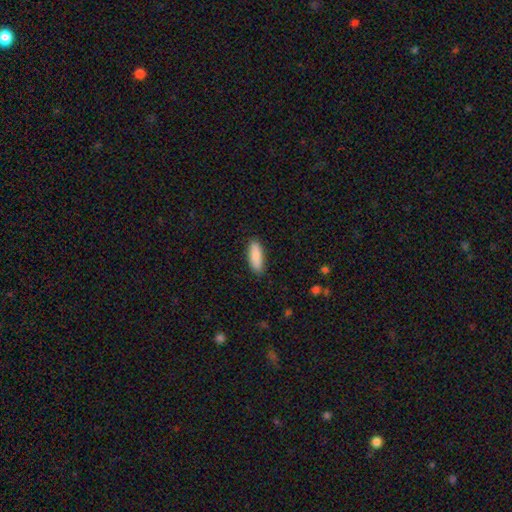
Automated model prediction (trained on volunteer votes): smooth_or_featured: smooth (p=0.89) [alt: star or artifact p=0.06]
how_rounded: in between (p=0.59) [alt: cigar-shaped p=0.40]
merging: none (p=0.90) [alt: minor disturbance p=0.08]